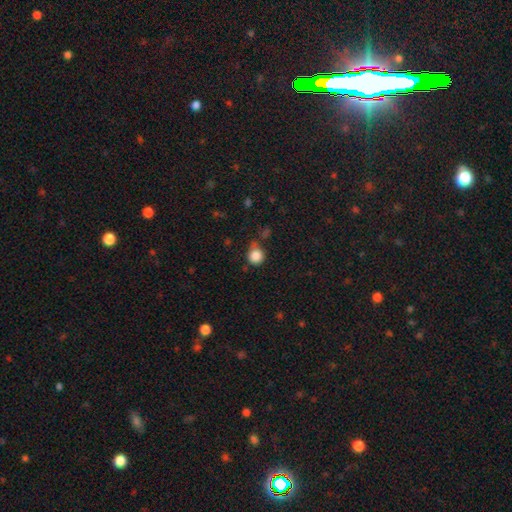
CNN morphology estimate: smooth-or-featured: smooth: 86% | star or artifact: 10% | featured or disk: 4%
  how-rounded: round: 91% | in between: 8% | cigar-shaped: 1%
  merging: none: 64% | minor disturbance: 20% | merger: 10% | major disturbance: 6%